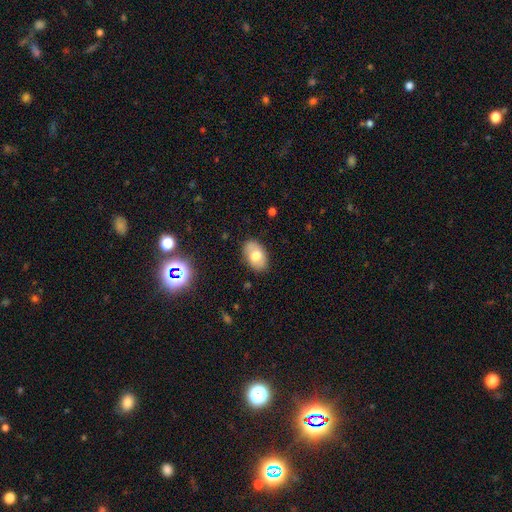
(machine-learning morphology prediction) This is likely a smooth galaxy (71%). How rounded: clearly in between (89%). Merging: clearly none (81%).